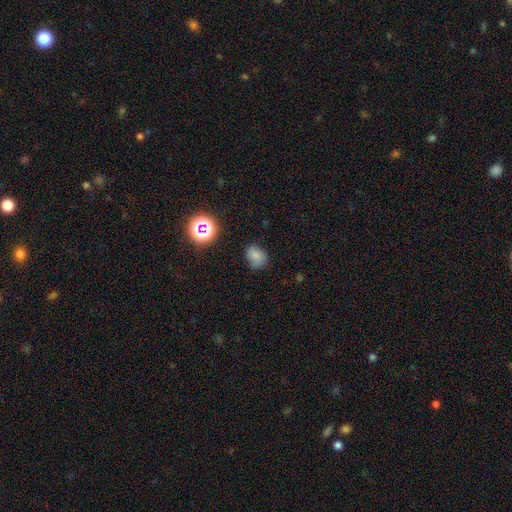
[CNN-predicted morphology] smooth-or-featured: smooth: 76% | star or artifact: 15% | featured or disk: 9%
  how-rounded: in between: 56% | round: 42% | cigar-shaped: 1%
  merging: none: 69% | minor disturbance: 23% | major disturbance: 5% | merger: 2%